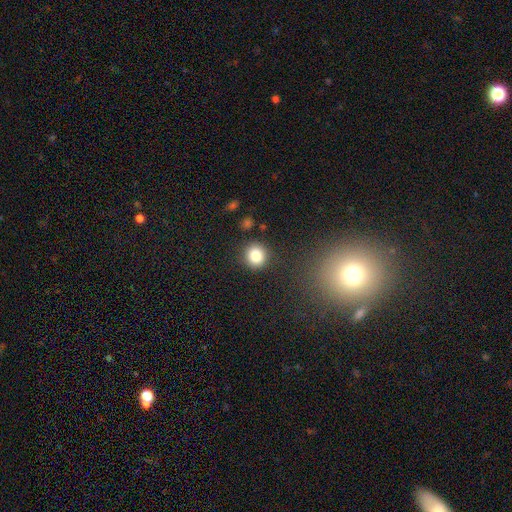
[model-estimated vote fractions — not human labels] Smooth or featured? smooth (82%)
How rounded? round (90%)
Merging? none (88%)